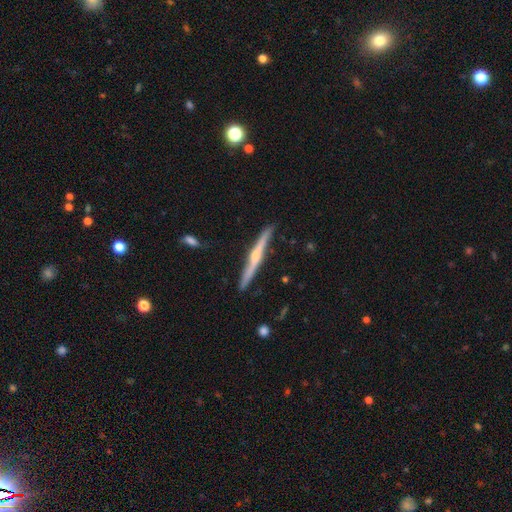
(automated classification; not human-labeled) featured or disk 75%, smooth 20%, star or artifact 5%. Down the decision tree: edge-on disk — yes (98%); edge-on bulge — rounded (81%); merging — none (87%).